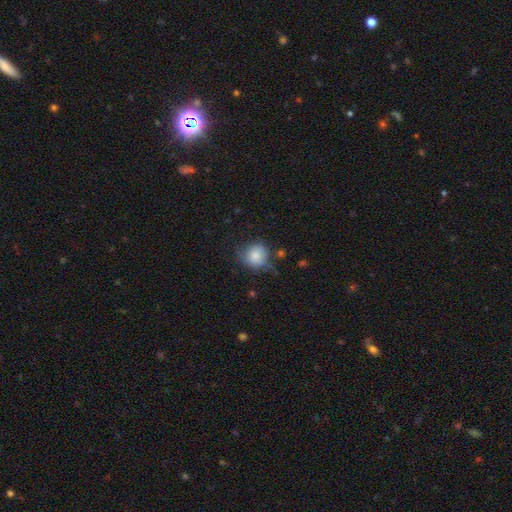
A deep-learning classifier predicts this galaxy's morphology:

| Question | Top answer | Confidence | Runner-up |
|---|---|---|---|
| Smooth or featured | smooth | 81% | featured or disk (11%) |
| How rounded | round | 84% | in between (15%) |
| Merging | none | 60% | minor disturbance (27%) |